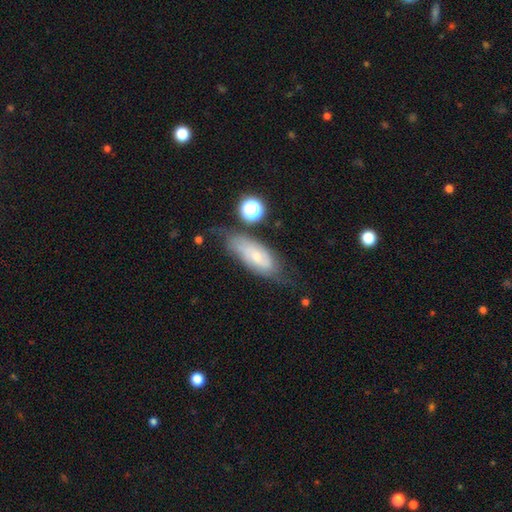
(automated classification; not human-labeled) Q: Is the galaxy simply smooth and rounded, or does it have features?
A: featured or disk — 52%.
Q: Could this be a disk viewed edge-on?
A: no — 82%.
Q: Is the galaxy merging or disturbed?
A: none — 53%.